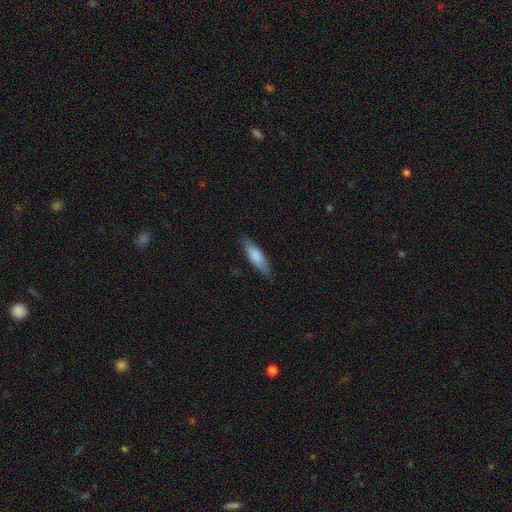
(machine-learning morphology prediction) Q: Smooth or featured?
A: smooth (78%); runner-up: featured or disk (17%)
Q: How rounded?
A: cigar-shaped (54%); runner-up: in between (45%)
Q: Merging?
A: none (82%); runner-up: minor disturbance (14%)